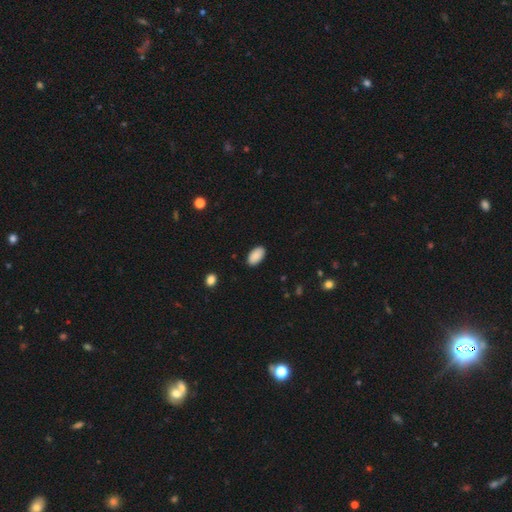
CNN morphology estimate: Overall: smooth (90%). How rounded: in between (96%). Merging: none (89%).